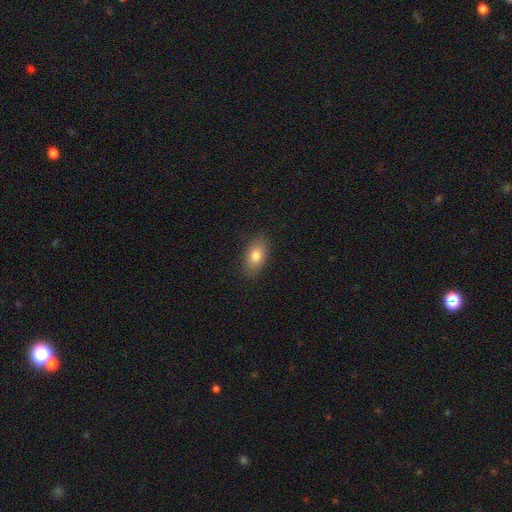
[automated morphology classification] Smooth or featured: smooth — 81% (featured or disk — 12%)
How rounded: in between — 90% (round — 7%)
Merging: none — 86% (minor disturbance — 11%)